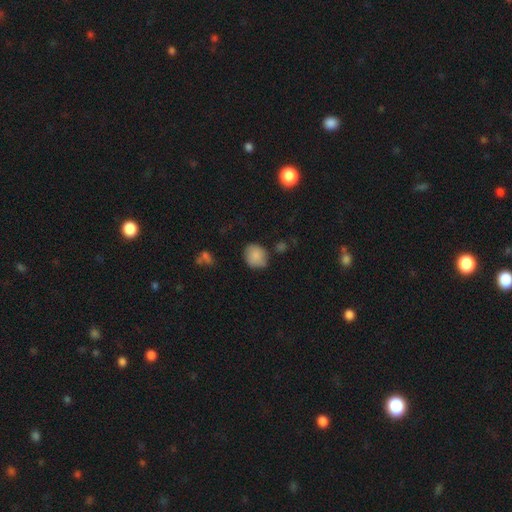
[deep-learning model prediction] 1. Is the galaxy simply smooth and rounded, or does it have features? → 83% smooth, 8% star or artifact, 8% featured or disk.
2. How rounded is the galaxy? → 70% round, 29% in between, 1% cigar-shaped.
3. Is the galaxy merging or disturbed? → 68% none, 23% minor disturbance, 5% major disturbance, 4% merger.